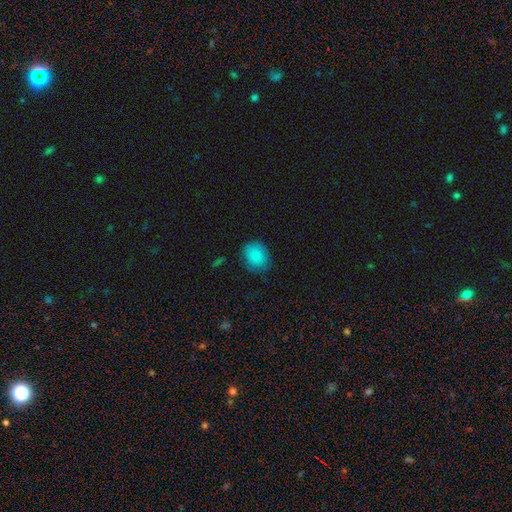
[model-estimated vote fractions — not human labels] Smooth or featured?
  - smooth: 83% *
  - featured or disk: 9%
  - star or artifact: 8%
How rounded?
  - round: 65% *
  - in between: 34%
  - cigar-shaped: 1%
Merging?
  - none: 74% *
  - minor disturbance: 20%
  - major disturbance: 4%
  - merger: 1%